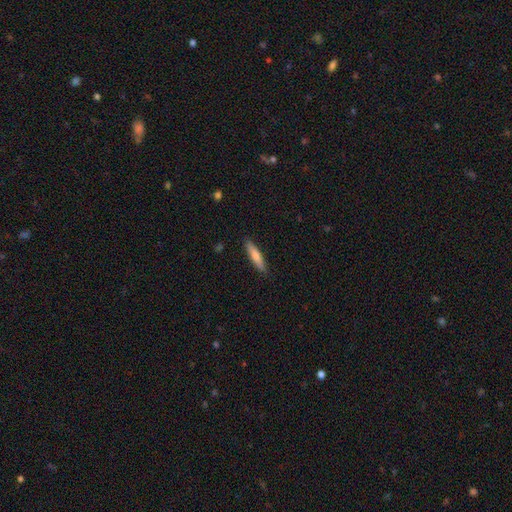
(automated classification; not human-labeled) smooth 71%, featured or disk 23%, star or artifact 5%. Down the decision tree: how rounded — cigar-shaped (83%); merging — none (88%).